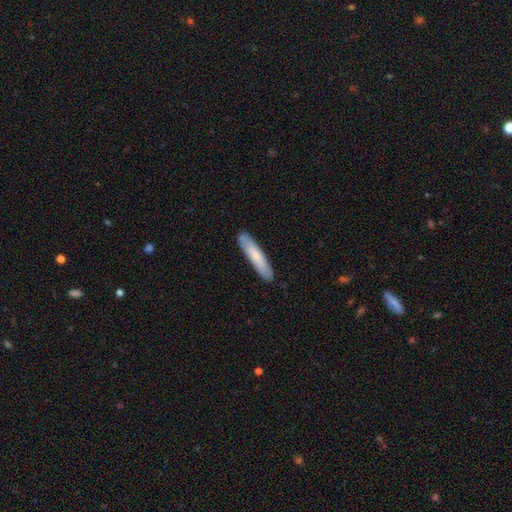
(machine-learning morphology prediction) Smooth or featured: smooth — 74% (featured or disk — 21%)
How rounded: cigar-shaped — 87% (in between — 11%)
Merging: none — 86% (minor disturbance — 11%)